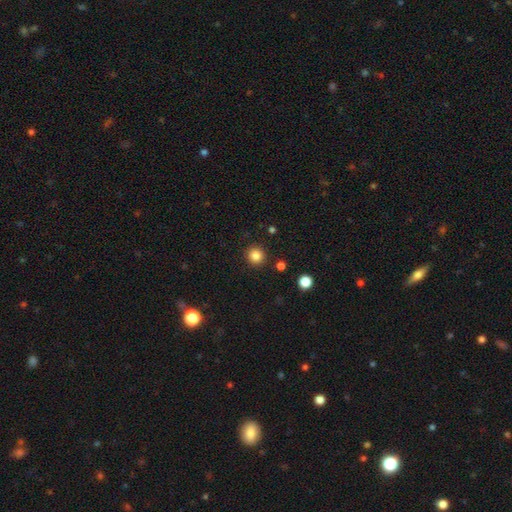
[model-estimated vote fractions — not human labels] This is clearly a smooth galaxy (85%). How rounded: clearly round (93%). Merging: clearly none (91%).